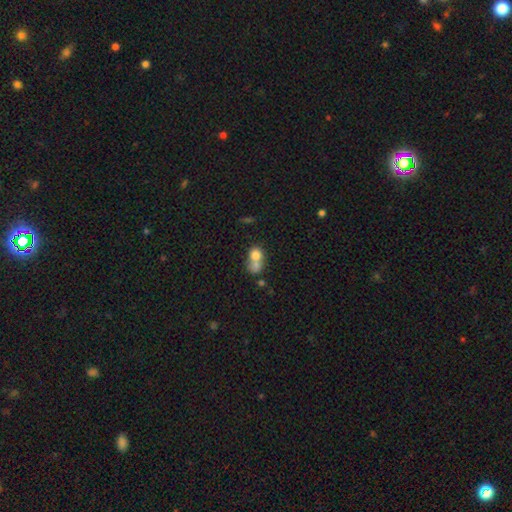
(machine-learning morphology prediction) Overall: smooth (74%). How rounded: round (61%; in between 38%). Merging: merger (66%).